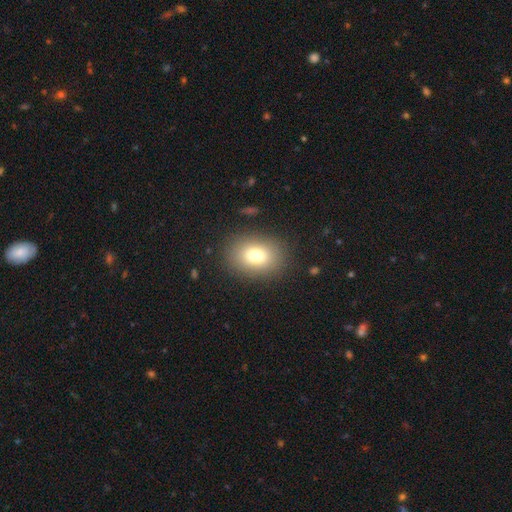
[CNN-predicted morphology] Smooth or featured?
  - smooth: 76% *
  - featured or disk: 12%
  - star or artifact: 12%
How rounded?
  - in between: 59% *
  - round: 40%
  - cigar-shaped: 1%
Merging?
  - none: 86% *
  - minor disturbance: 9%
  - major disturbance: 4%
  - merger: 1%